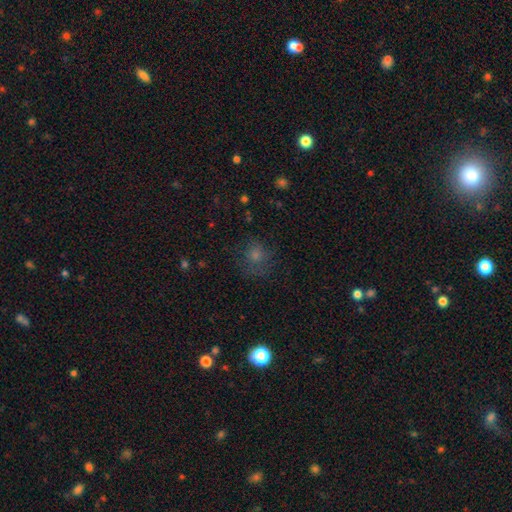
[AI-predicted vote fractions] A smooth galaxy with no disk features (71%) that is round (83%). Merging: none (68%).